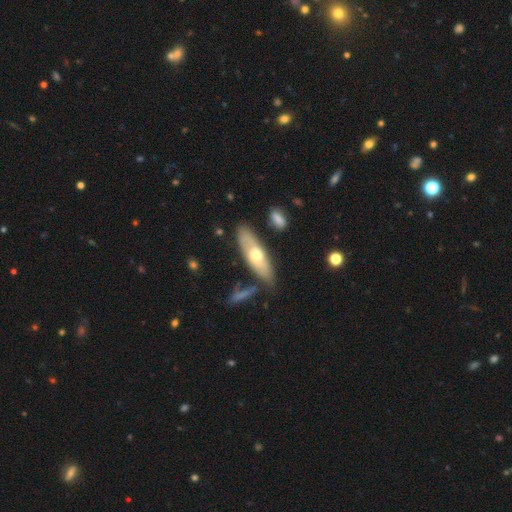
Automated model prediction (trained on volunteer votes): A smooth galaxy with no disk features (49%). Merging: none (76%).